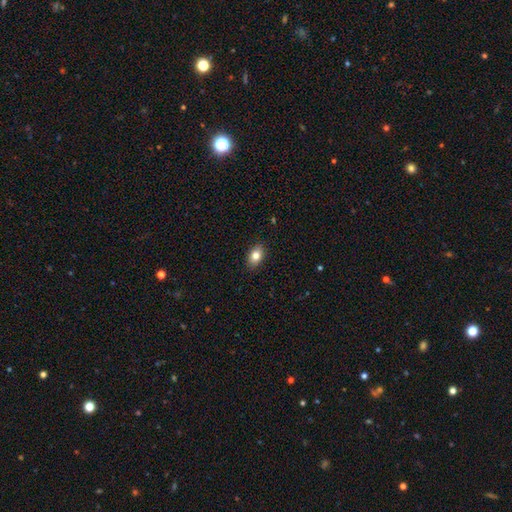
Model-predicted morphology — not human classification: A smooth galaxy with no disk features (82%) that is in between round and cigar-shaped (84%). Merging: none (89%).